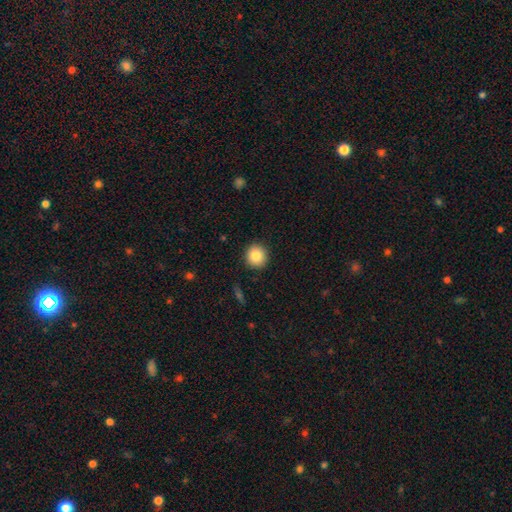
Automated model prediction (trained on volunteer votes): Q: Smooth or featured?
A: smooth (85%); runner-up: star or artifact (9%)
Q: How rounded?
A: round (91%); runner-up: in between (8%)
Q: Merging?
A: none (91%); runner-up: minor disturbance (6%)